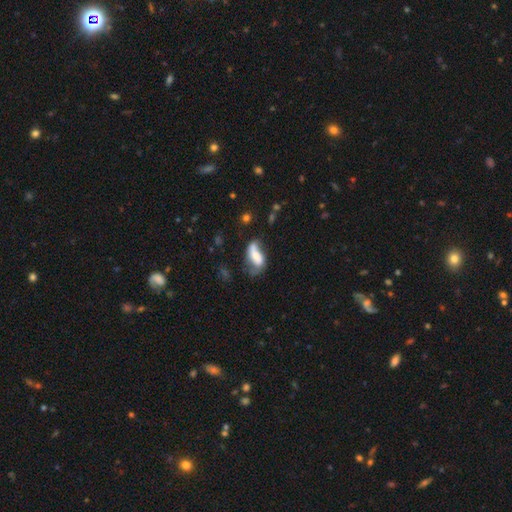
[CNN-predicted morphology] smooth_or_featured: smooth (p=0.50) [alt: featured or disk p=0.42]
merging: none (p=0.34) [alt: major disturbance p=0.28]